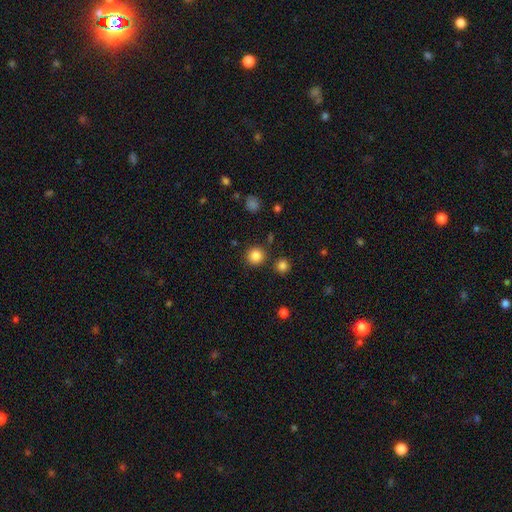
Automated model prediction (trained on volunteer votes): Smooth or featured: smooth — 85% (star or artifact — 11%)
How rounded: round — 94% (in between — 5%)
Merging: none — 87% (minor disturbance — 6%)